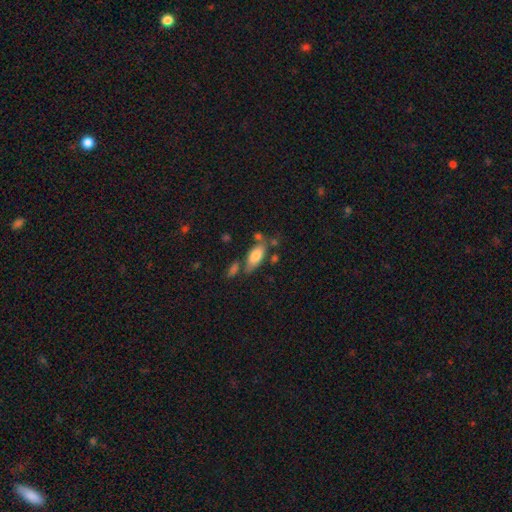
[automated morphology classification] Overall: smooth (75%). How rounded: in between (81%). Merging: none (61%).